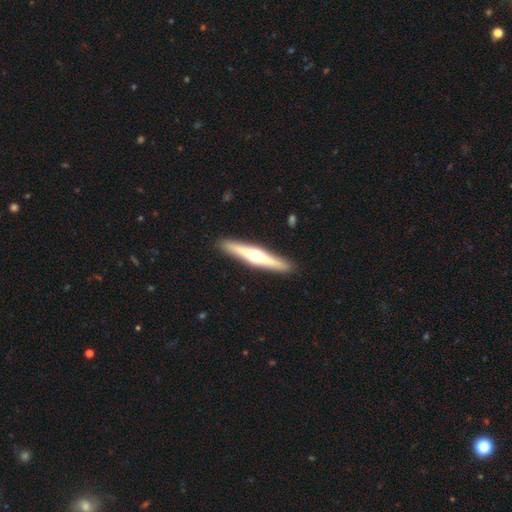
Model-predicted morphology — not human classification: The model was most divided on "smooth or featured": featured or disk: 68%, smooth: 27%, star or artifact: 5%. More confident: edge-on disk — yes (97%); edge-on bulge — rounded (93%); merging — none (92%).